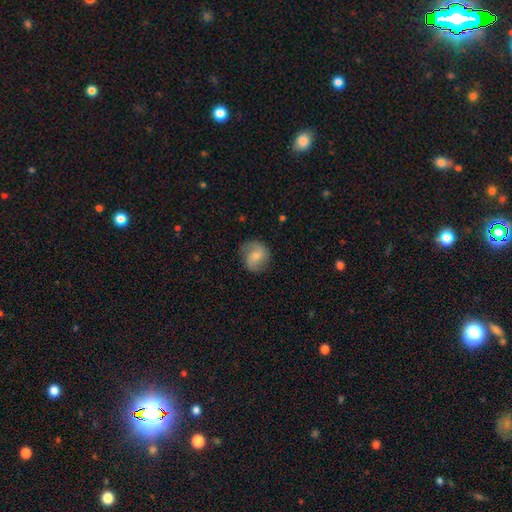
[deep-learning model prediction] A smooth galaxy with no disk features (50%) that is round (75%).

Vote fractions:
- Smooth or featured? smooth: 50% / featured or disk: 42% / star or artifact: 8%
- How rounded? round: 75% / in between: 24% / cigar-shaped: 1%
- Merging? none: 70% / minor disturbance: 21% / major disturbance: 8% / merger: 1%